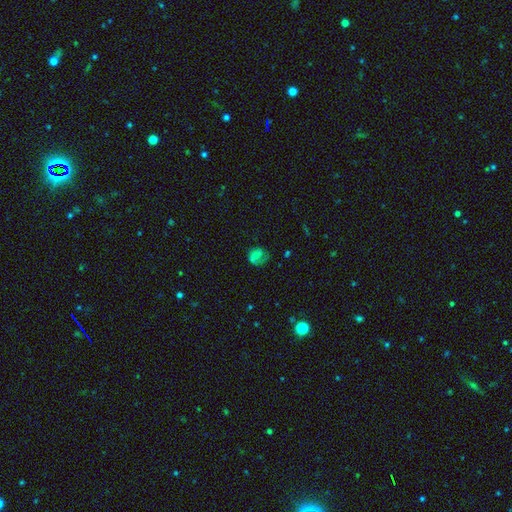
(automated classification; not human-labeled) A smooth galaxy with no disk features (49%). Merging: none (43%).